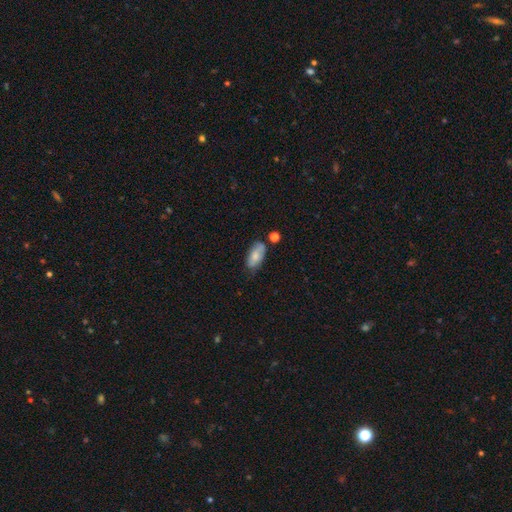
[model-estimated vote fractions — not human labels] This is likely a smooth galaxy (72%). How rounded: clearly in between (91%). Merging: likely none (62%).